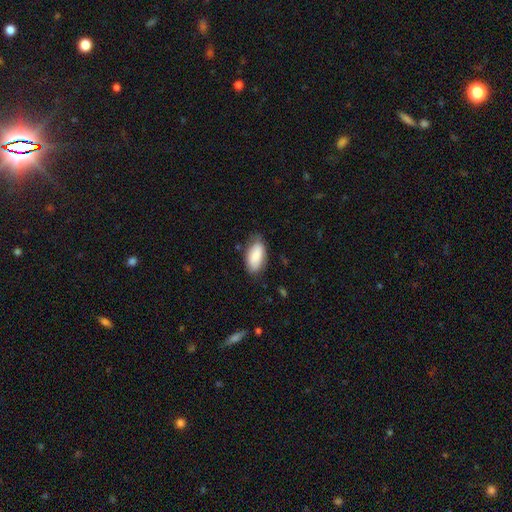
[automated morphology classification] The model was most divided on "merging": none: 71%, minor disturbance: 23%, major disturbance: 5%, merger: 1%. More confident: how rounded — in between (93%); smooth or featured — smooth (85%).